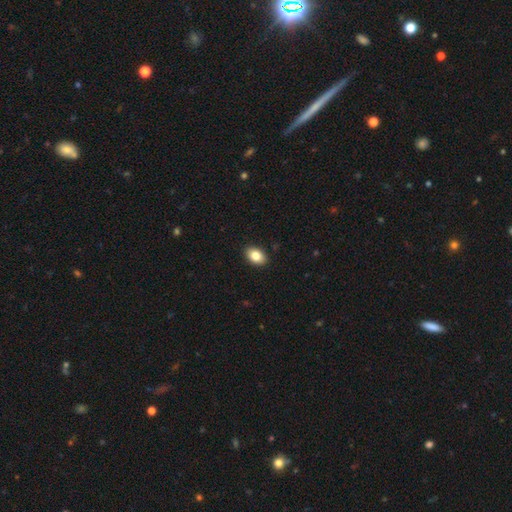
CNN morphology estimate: The model was most divided on "how rounded": in between: 86%, round: 13%, cigar-shaped: 1%. More confident: merging — none (91%); smooth or featured — smooth (84%).